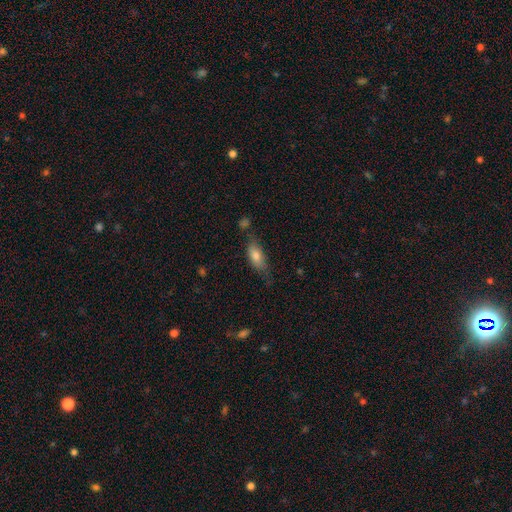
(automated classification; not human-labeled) Smooth or featured? smooth (76%)
How rounded? in between (77%)
Merging? none (59%)